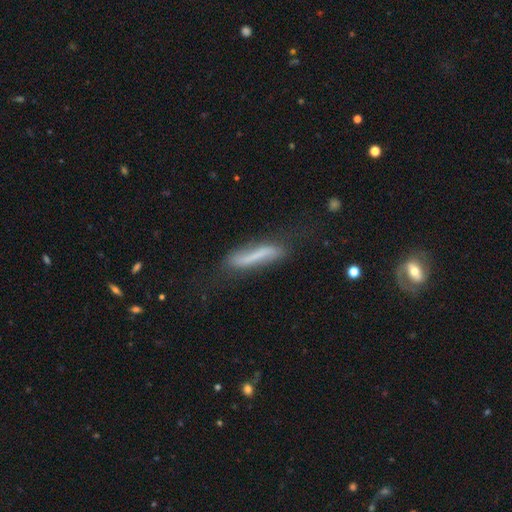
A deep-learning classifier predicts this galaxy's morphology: type=smooth (49%); merging=none (59%).